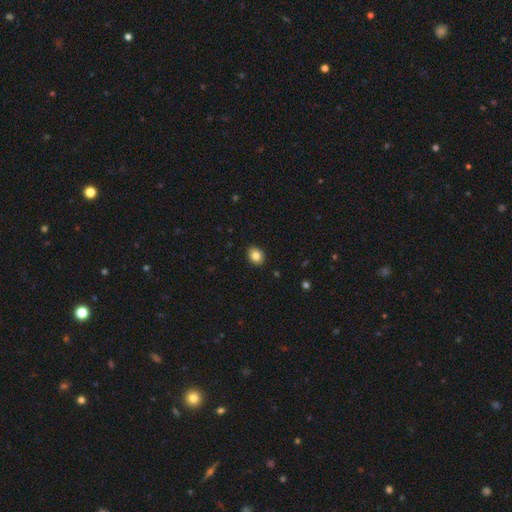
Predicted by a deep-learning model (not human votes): Smooth or featured: smooth — 83% (star or artifact — 10%)
How rounded: in between — 50% (round — 49%)
Merging: none — 88% (minor disturbance — 9%)